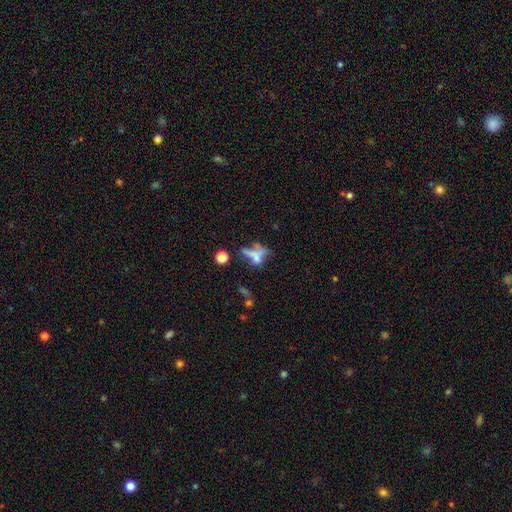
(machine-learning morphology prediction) This is possibly a smooth galaxy (47%). Merging: marginally none (38%).